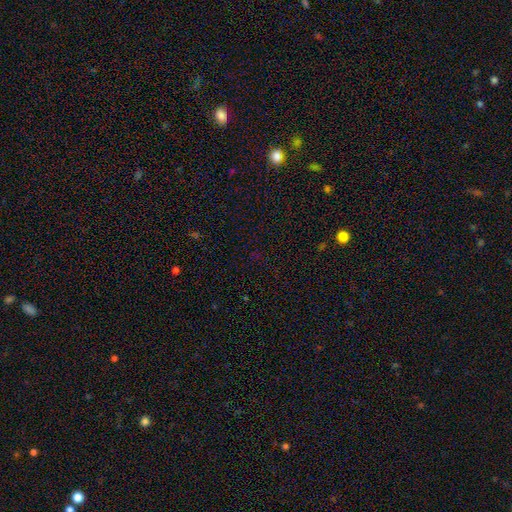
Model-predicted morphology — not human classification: Overall: star or artifact (69%).